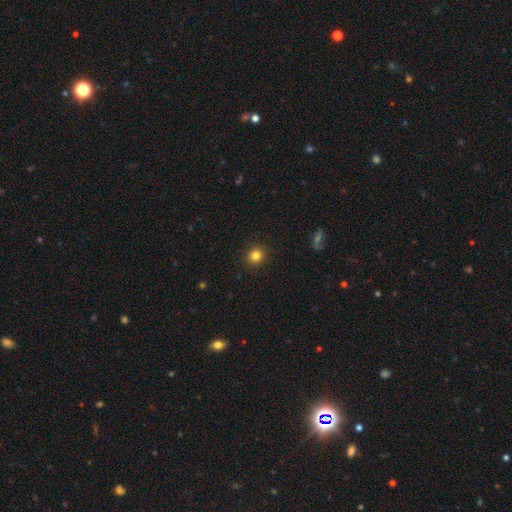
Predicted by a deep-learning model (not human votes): A smooth galaxy with no disk features (82%) that is round (92%). Merging: none (92%).